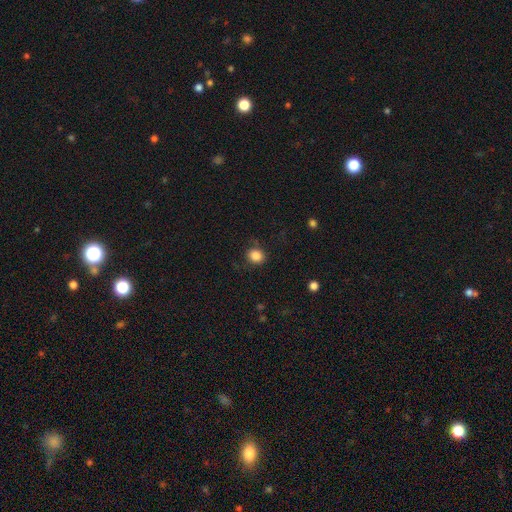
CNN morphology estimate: Smooth or featured?
  - smooth: 85% *
  - star or artifact: 10%
  - featured or disk: 5%
How rounded?
  - round: 73% *
  - in between: 26%
  - cigar-shaped: 1%
Merging?
  - none: 76% *
  - minor disturbance: 16%
  - major disturbance: 7%
  - merger: 1%